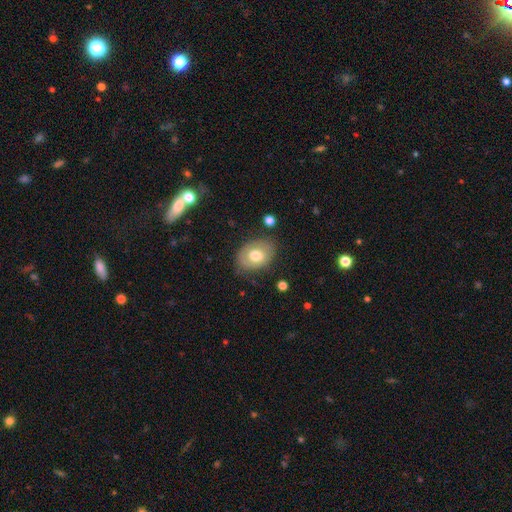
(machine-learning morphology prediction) This appears to be a smooth galaxy with no disk features (67%) that is in between round and cigar-shaped (71%). Merging: none (74%).